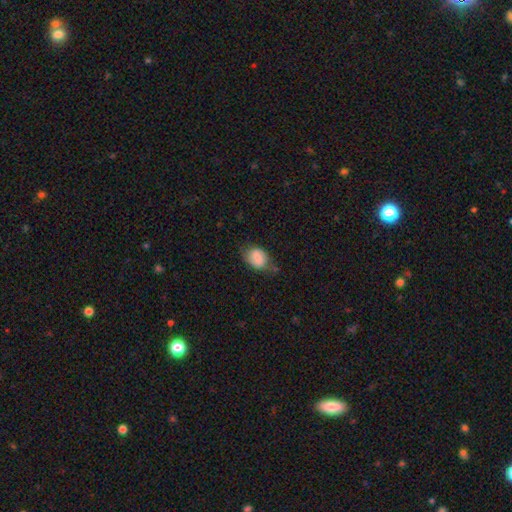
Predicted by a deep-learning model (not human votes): smooth_or_featured: smooth (p=0.78) [alt: featured or disk p=0.13]
how_rounded: in between (p=0.64) [alt: round p=0.35]
merging: none (p=0.52) [alt: minor disturbance p=0.33]